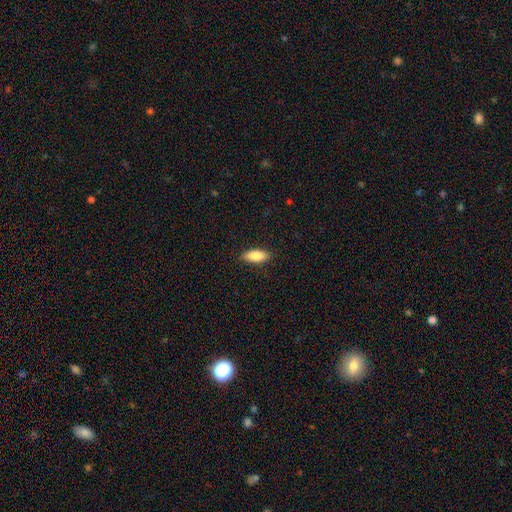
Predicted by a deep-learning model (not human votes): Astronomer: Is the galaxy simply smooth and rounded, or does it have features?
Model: smooth — 85%.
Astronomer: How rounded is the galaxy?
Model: in between — 75%.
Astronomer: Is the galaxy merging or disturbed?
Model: none — 88%.